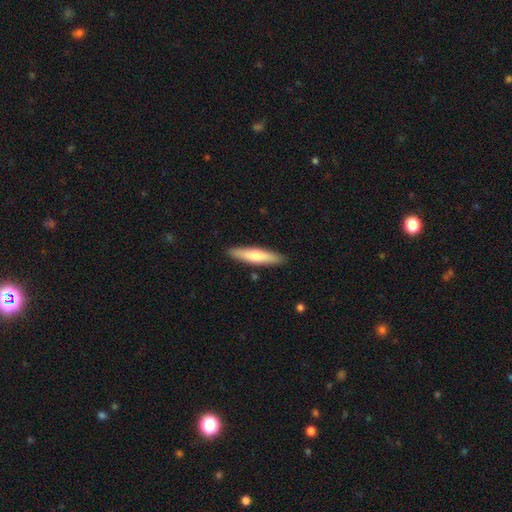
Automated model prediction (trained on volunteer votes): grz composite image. It shows a smooth galaxy with no disk features (66%) that is cigar-shaped (83%). Merging: none (89%).